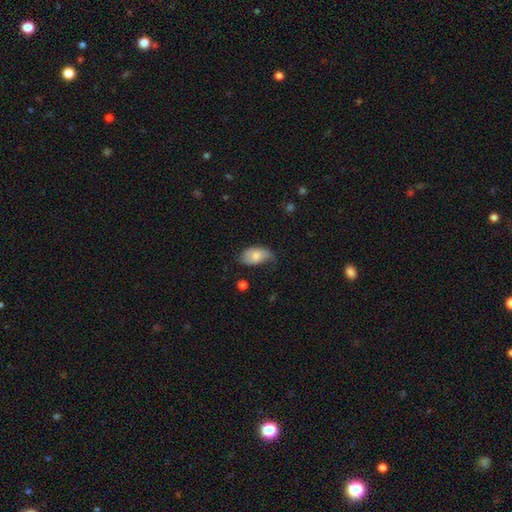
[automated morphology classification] Q: Smooth or featured?
A: smooth (69%); runner-up: featured or disk (25%)
Q: How rounded?
A: in between (92%); runner-up: round (6%)
Q: Merging?
A: minor disturbance (41%); tied with: none (41%)